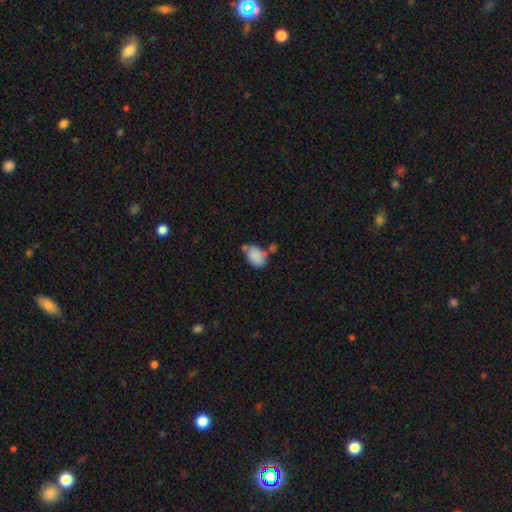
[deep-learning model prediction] Overall: smooth (85%). How rounded: in between (83%). Merging: none (45%; merger 24%).